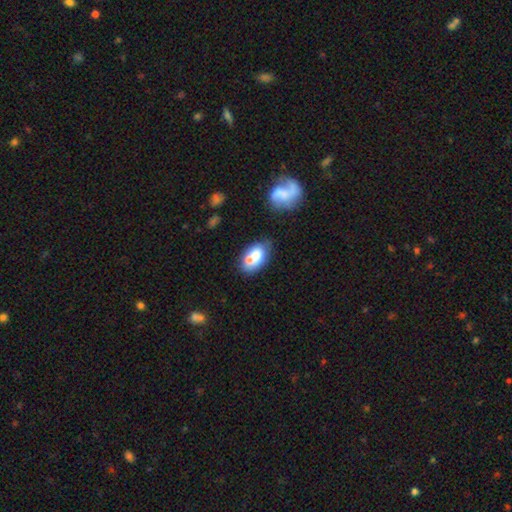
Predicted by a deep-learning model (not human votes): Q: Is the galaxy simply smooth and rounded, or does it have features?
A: smooth — 66%.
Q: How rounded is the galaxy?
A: in between — 83%.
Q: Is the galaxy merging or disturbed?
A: merger — 48%.